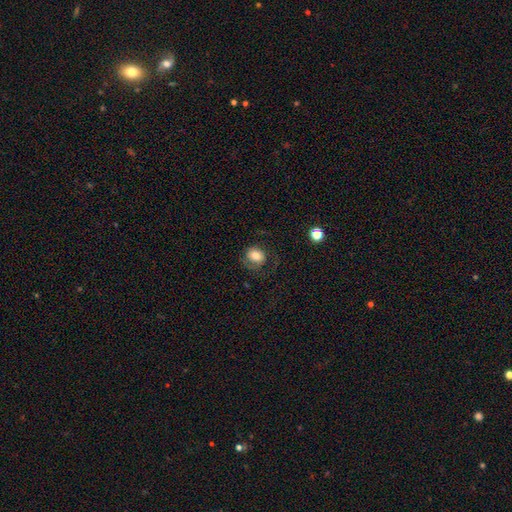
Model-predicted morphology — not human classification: A smooth galaxy with no disk features (69%) that is round (70%).

Vote fractions:
- Smooth or featured? smooth: 69% / featured or disk: 22% / star or artifact: 9%
- How rounded? round: 70% / in between: 29% / cigar-shaped: 1%
- Merging? none: 57% / major disturbance: 21% / minor disturbance: 20% / merger: 2%